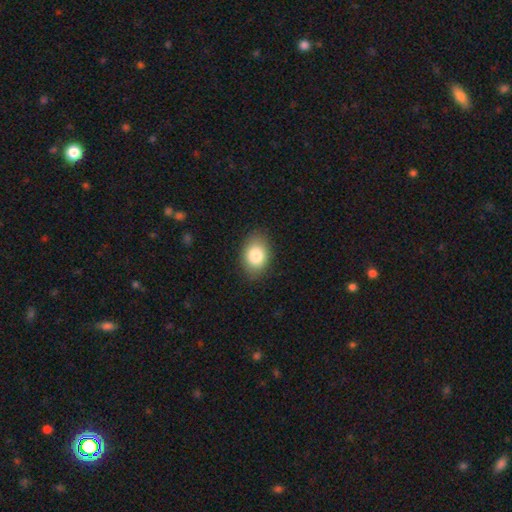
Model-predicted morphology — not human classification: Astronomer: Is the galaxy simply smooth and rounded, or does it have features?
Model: smooth — 84%.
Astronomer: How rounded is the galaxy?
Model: in between — 79%.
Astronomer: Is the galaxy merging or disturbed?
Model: none — 86%.